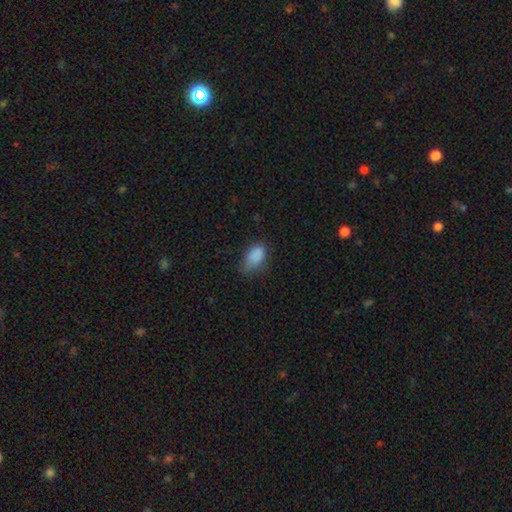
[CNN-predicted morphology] A smooth galaxy with no disk features (85%) that is in between round and cigar-shaped (89%). Merging: none (54%).